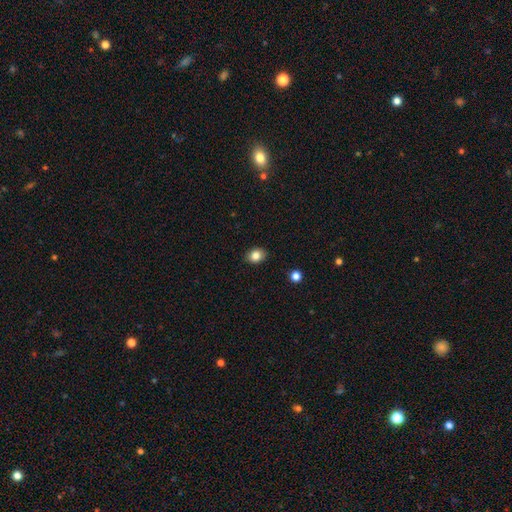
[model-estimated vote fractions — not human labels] Morphology: type=smooth (84%); roundness=in between (60%); merging=none (88%).